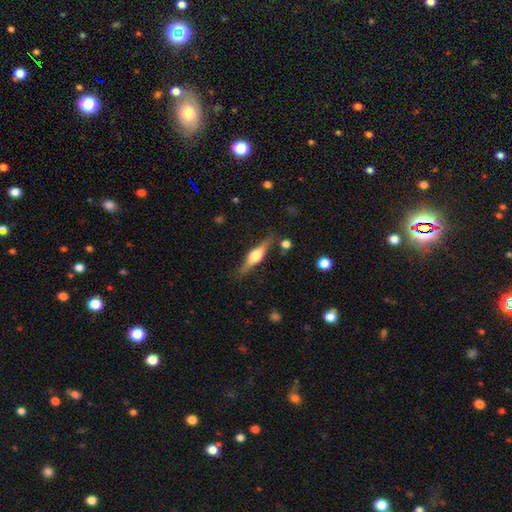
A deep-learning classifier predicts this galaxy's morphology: This is likely a featured or disk galaxy (72%). It is clearly viewed edge-on (97%). Edge-on bulge: clearly rounded (93%). Merging: clearly none (84%).